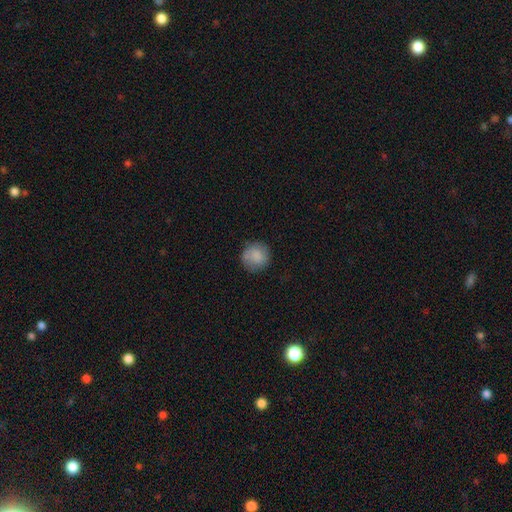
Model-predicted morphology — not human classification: Smooth or featured: smooth — 77% (featured or disk — 15%)
How rounded: round — 89% (in between — 10%)
Merging: none — 78% (minor disturbance — 16%)